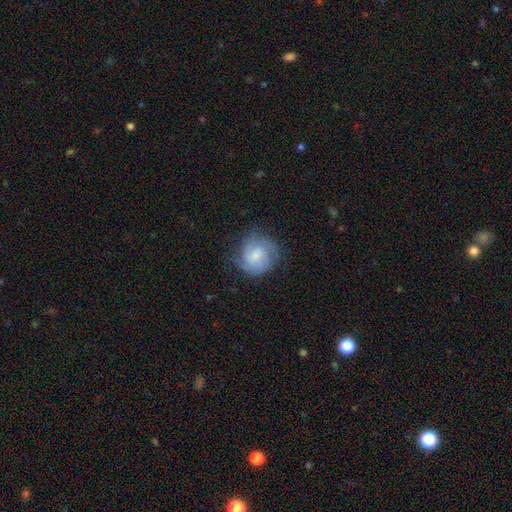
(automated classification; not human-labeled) featured or disk 63%, smooth 30%, star or artifact 7%. Down the decision tree: edge-on disk — no (98%); bar — weak (51%); spiral arms — yes (92%); spiral arm count — 2 (45%); spiral winding — tight (50%); bulge size — moderate (35%); merging — none (69%).